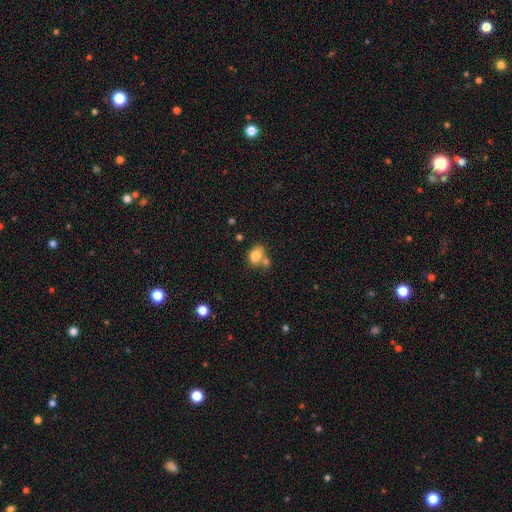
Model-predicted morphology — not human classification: Smooth or featured?
  - smooth: 80% *
  - featured or disk: 11%
  - star or artifact: 9%
How rounded?
  - in between: 63% *
  - round: 35%
  - cigar-shaped: 1%
Merging?
  - none: 46% *
  - merger: 34%
  - minor disturbance: 15%
  - major disturbance: 5%